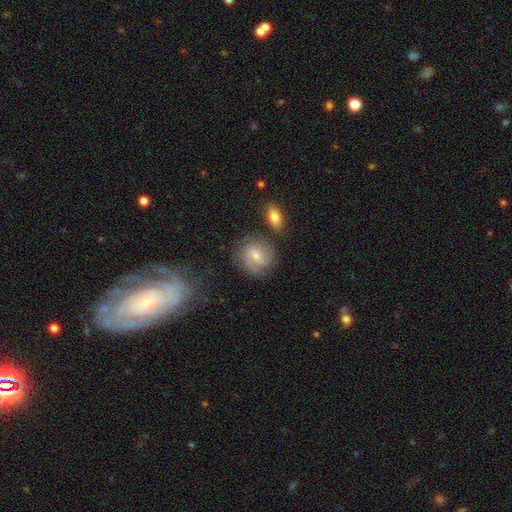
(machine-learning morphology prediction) The model was most divided on "smooth or featured": featured or disk: 51%, smooth: 41%, star or artifact: 8%. More confident: edge-on disk — no (97%); merging — none (73%).